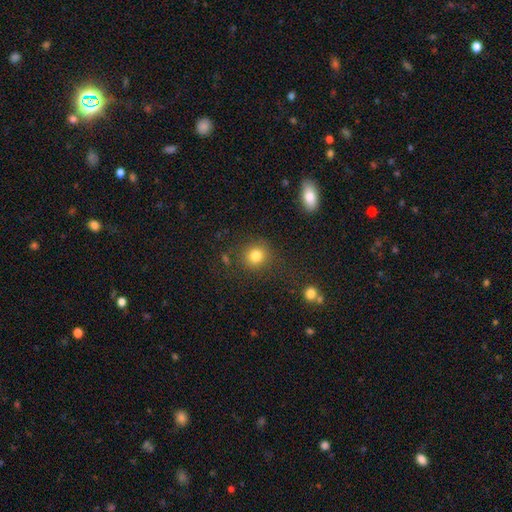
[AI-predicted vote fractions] The model was most divided on "smooth or featured": smooth: 82%, star or artifact: 12%, featured or disk: 6%. More confident: how rounded — round (88%); merging — none (82%).